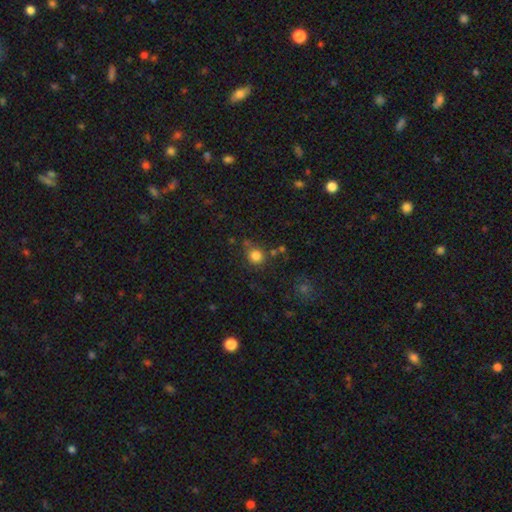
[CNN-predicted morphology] Smooth or featured?
  - smooth: 81% *
  - star or artifact: 13%
  - featured or disk: 6%
How rounded?
  - round: 86% *
  - in between: 13%
  - cigar-shaped: 1%
Merging?
  - none: 71% *
  - minor disturbance: 14%
  - merger: 10%
  - major disturbance: 5%